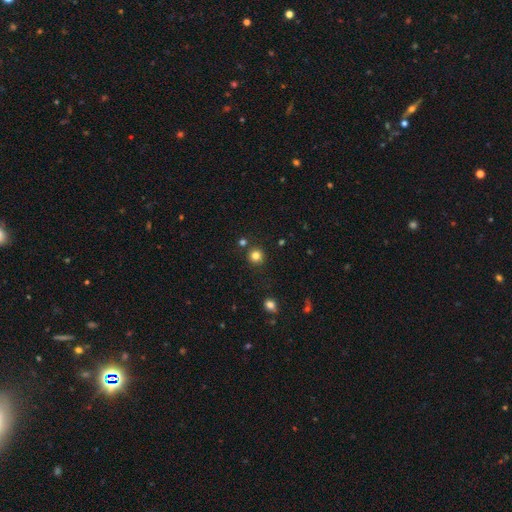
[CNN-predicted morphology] Overall: smooth (82%). How rounded: round (93%). Merging: none (85%).